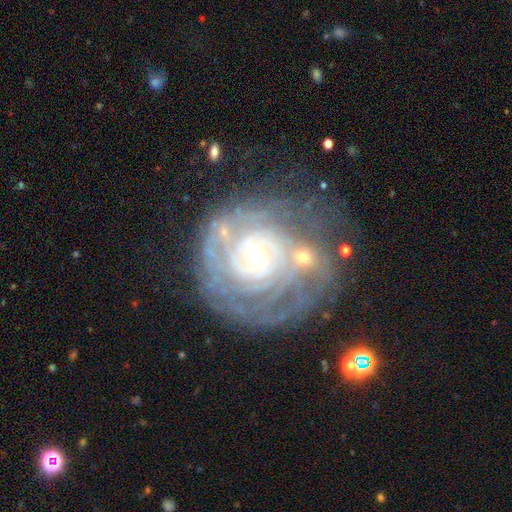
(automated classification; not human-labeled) Smooth or featured: featured or disk — 85% (smooth — 8%)
Edge-on disk: no — 97% (yes — 3%)
Bar: no — 46% (weak — 41%)
Spiral arms: yes — 94% (no — 6%)
Spiral winding: tight — 80% (medium — 16%)
Spiral arm count: can't tell — 42% (2 — 16%)
Bulge size: small — 56% (moderate — 38%)
Merging: none — 62% (minor disturbance — 19%)